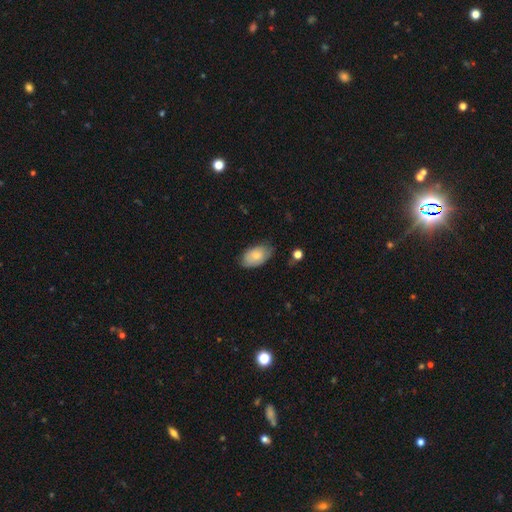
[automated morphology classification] Smooth or featured? Predicted: smooth (p=0.77). How rounded? Predicted: in between (p=0.93). Merging? Predicted: none (p=0.70).